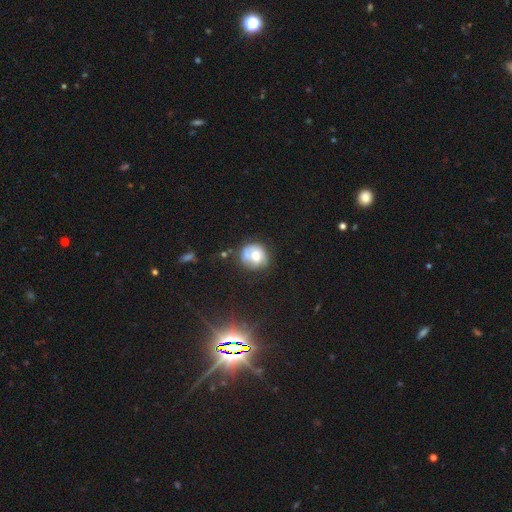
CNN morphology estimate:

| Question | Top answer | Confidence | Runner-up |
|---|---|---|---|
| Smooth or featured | smooth | 50% | featured or disk (41%) |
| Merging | none | 52% | minor disturbance (27%) |